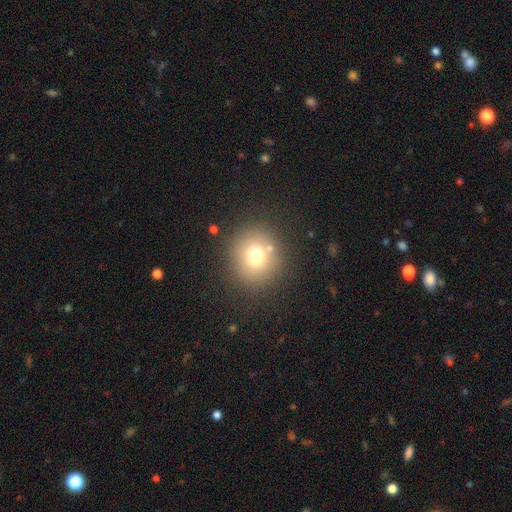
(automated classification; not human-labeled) Q: Smooth or featured?
A: smooth (71%); runner-up: star or artifact (16%)
Q: How rounded?
A: round (90%); runner-up: in between (10%)
Q: Merging?
A: none (82%); runner-up: minor disturbance (8%)